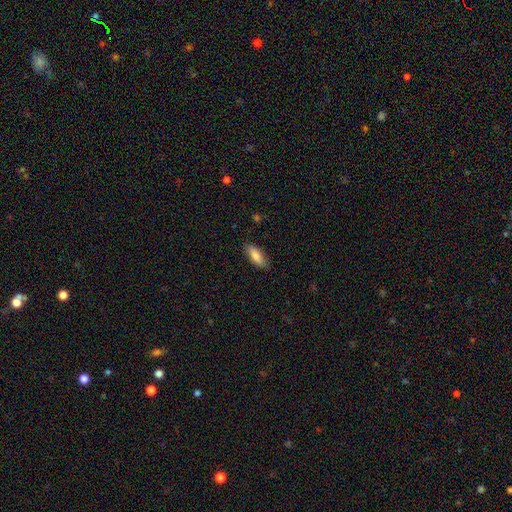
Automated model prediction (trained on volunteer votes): This is clearly a smooth galaxy (84%). How rounded: likely in between (73%). Merging: clearly none (83%).